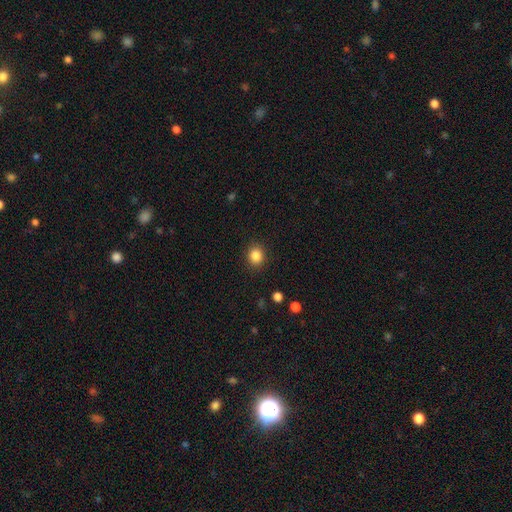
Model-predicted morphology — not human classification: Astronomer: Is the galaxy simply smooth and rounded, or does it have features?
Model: smooth — 85%.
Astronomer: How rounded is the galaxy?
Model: round — 74%.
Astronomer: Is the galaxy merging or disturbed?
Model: none — 89%.